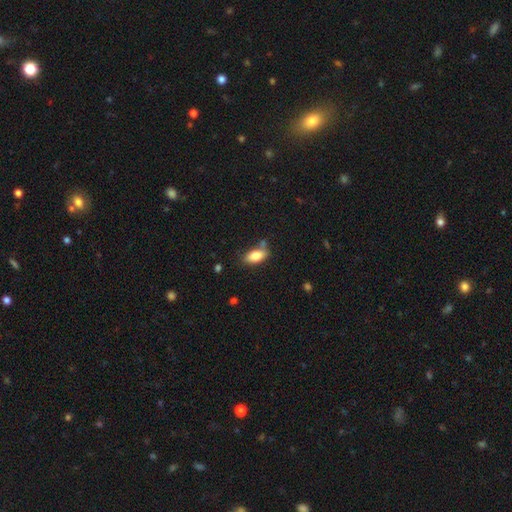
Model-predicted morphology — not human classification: smooth_or_featured: smooth (p=0.82) [alt: featured or disk p=0.10]
how_rounded: in between (p=0.88) [alt: cigar-shaped p=0.08]
merging: none (p=0.68) [alt: minor disturbance p=0.19]